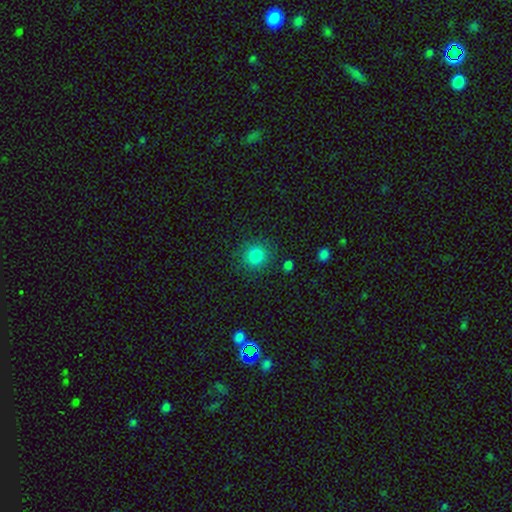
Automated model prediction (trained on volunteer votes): smooth_or_featured: smooth (p=0.84) [alt: star or artifact p=0.11]
how_rounded: round (p=0.88) [alt: in between p=0.11]
merging: none (p=0.85) [alt: minor disturbance p=0.09]